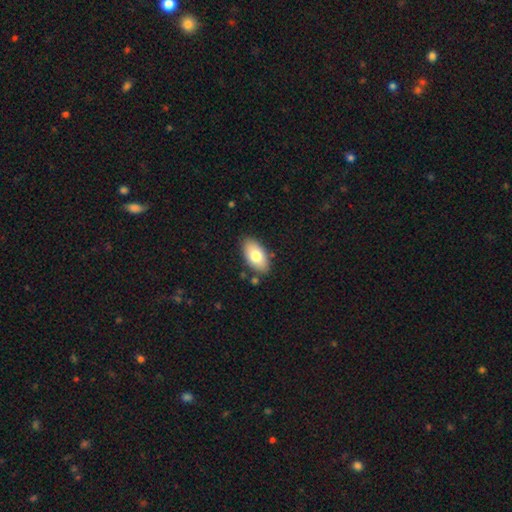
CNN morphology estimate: Smooth or featured?
  - smooth: 76% *
  - featured or disk: 18%
  - star or artifact: 7%
How rounded?
  - in between: 94% *
  - round: 3%
  - cigar-shaped: 3%
Merging?
  - none: 84% *
  - minor disturbance: 11%
  - merger: 3%
  - major disturbance: 2%